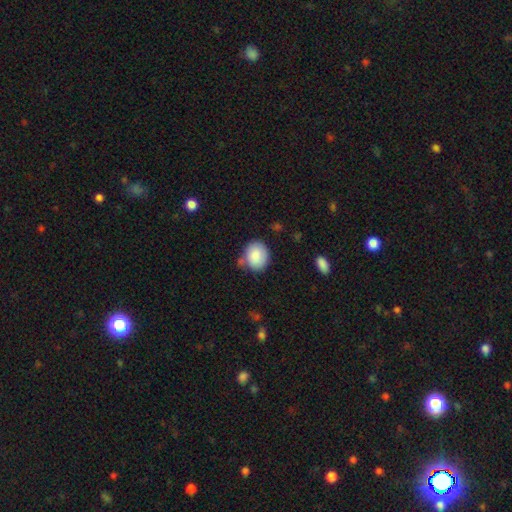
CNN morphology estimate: smooth 87%, star or artifact 7%, featured or disk 7%. Down the decision tree: how rounded — round (57%); merging — none (66%).